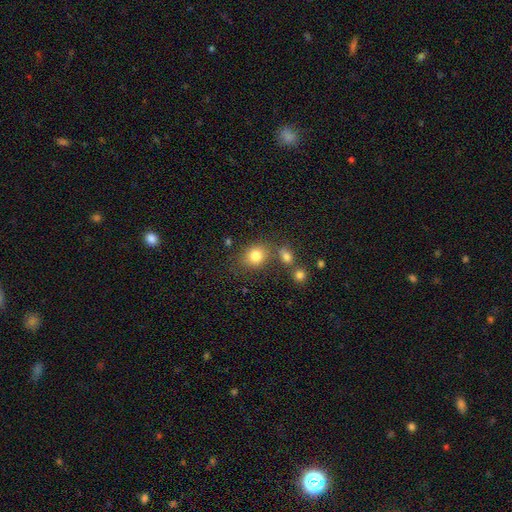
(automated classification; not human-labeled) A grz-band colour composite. It shows a smooth galaxy with no disk features (81%) that is round (57%). Merging: none (69%).